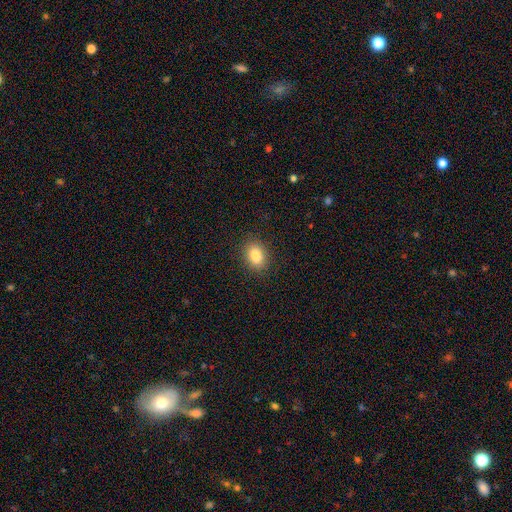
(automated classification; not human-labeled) smooth 84%, star or artifact 9%, featured or disk 7%. Down the decision tree: how rounded — in between (72%); merging — none (88%).